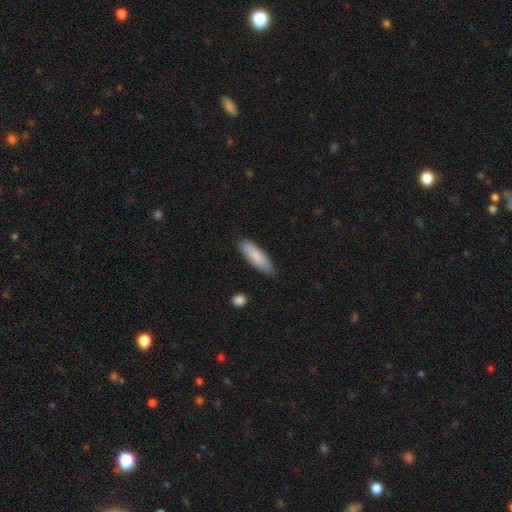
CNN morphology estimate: Smooth or featured? Predicted: smooth (p=0.83). How rounded? Predicted: cigar-shaped (p=0.50). Merging? Predicted: none (p=0.79).